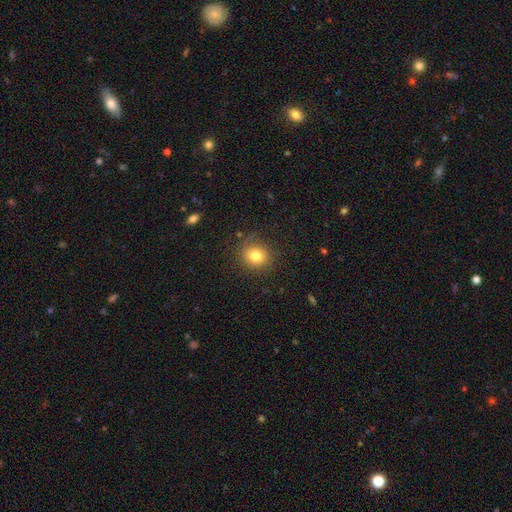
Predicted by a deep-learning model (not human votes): A smooth galaxy with no disk features (79%) that is round (84%). Merging: none (82%).